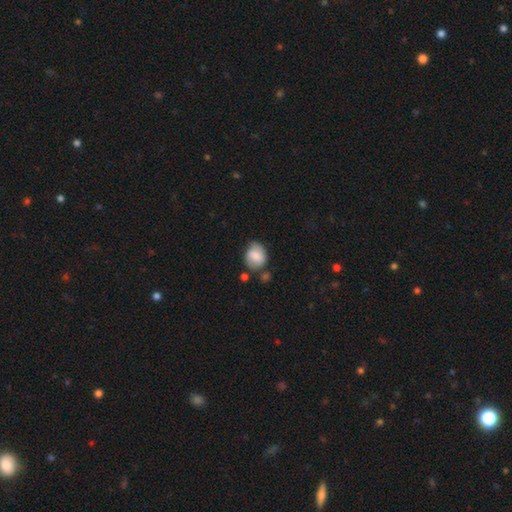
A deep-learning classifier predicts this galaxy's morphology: Overall: smooth (73%). How rounded: in between (50%; round 48%). Merging: none (58%; minor disturbance 25%).